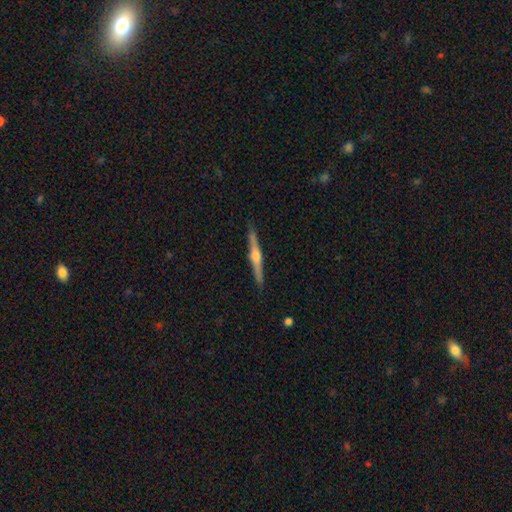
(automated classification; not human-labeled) smooth-or-featured: featured or disk: 80% | smooth: 15% | star or artifact: 5%
  disk-edge-on: yes: 98% | no: 2%
    edge-on-bulge: rounded: 93% | boxy: 4% | none: 3%
  merging: none: 92% | minor disturbance: 6% | major disturbance: 1% | merger: 1%